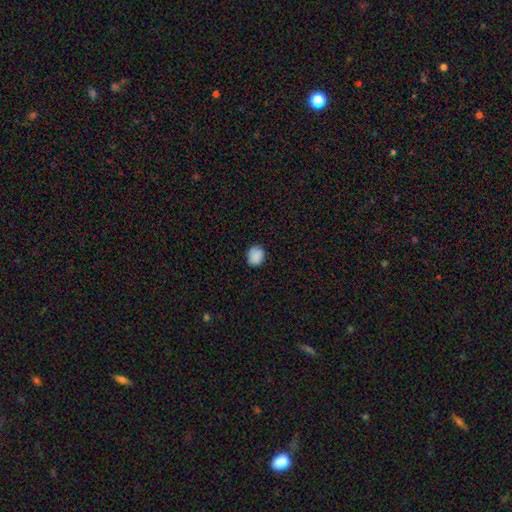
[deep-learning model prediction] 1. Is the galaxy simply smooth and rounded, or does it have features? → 89% smooth, 9% star or artifact, 3% featured or disk.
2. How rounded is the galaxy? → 75% round, 24% in between, 1% cigar-shaped.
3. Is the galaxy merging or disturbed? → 88% none, 9% minor disturbance, 2% major disturbance, 1% merger.